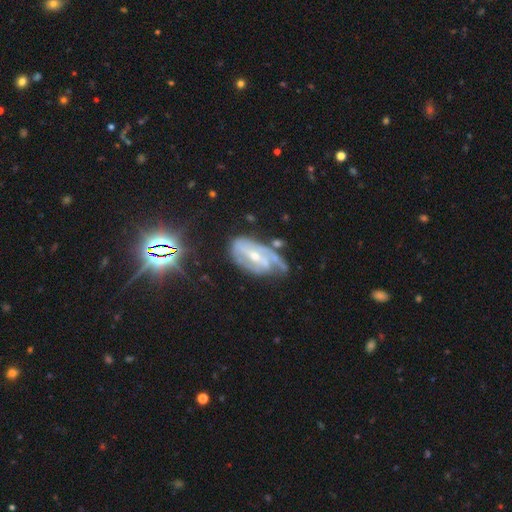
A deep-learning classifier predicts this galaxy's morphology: Smooth or featured: featured or disk — 81% (smooth — 10%)
Edge-on disk: no — 95% (yes — 5%)
Bar: weak — 42% (strong — 34%)
Spiral arms: yes — 91% (no — 9%)
Spiral winding: tight — 43% (medium — 39%)
Spiral arm count: 2 — 46% (can't tell — 24%)
Bulge size: small — 57% (moderate — 40%)
Merging: none — 43% (minor disturbance — 31%)